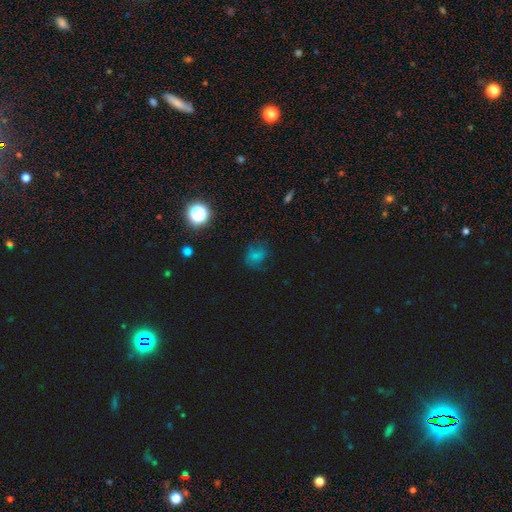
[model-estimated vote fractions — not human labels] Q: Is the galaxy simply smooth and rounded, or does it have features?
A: smooth — 47%.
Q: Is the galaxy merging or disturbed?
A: none — 66%.